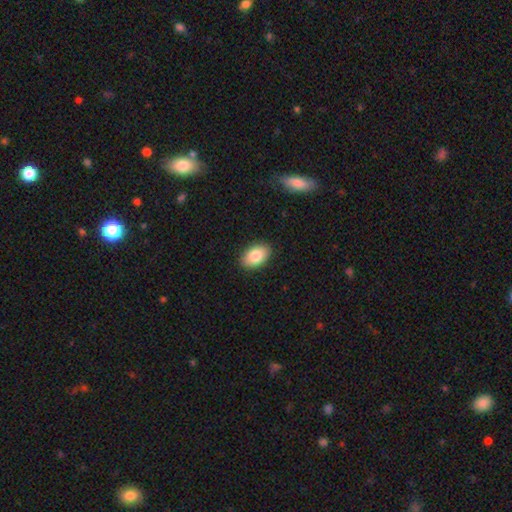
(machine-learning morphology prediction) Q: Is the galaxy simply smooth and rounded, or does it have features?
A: smooth — 84%.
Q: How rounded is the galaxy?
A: in between — 90%.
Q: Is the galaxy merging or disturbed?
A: none — 89%.